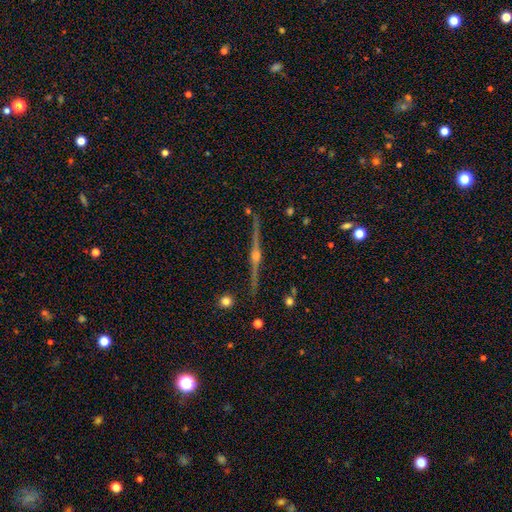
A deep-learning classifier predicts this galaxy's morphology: Smooth or featured: featured or disk — 86% (star or artifact — 8%)
Edge-on disk: yes — 97% (no — 3%)
Edge-on bulge: rounded — 93% (none — 4%)
Merging: none — 87% (minor disturbance — 8%)